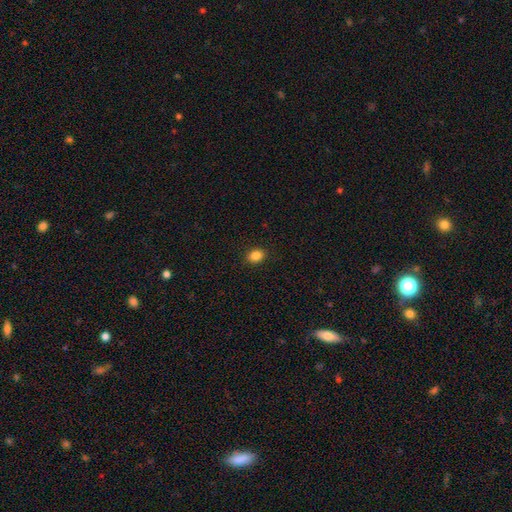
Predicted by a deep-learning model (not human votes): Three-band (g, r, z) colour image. It shows a smooth galaxy with no disk features (86%) that is in between round and cigar-shaped (54%). Merging: none (90%).